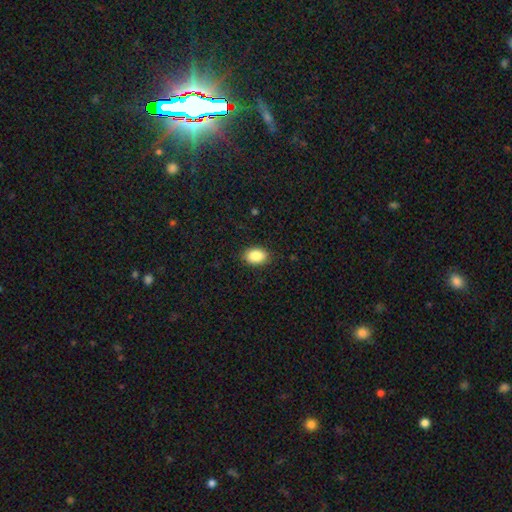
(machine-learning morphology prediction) smooth_or_featured: smooth (p=0.88) [alt: star or artifact p=0.08]
how_rounded: in between (p=0.82) [alt: round p=0.17]
merging: none (p=0.88) [alt: minor disturbance p=0.09]